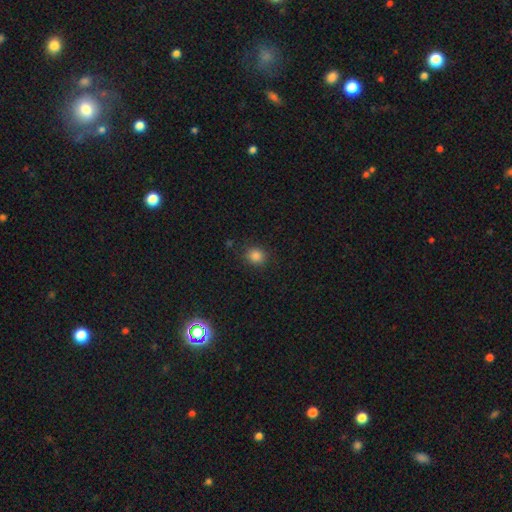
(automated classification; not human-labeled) Smooth or featured? smooth (83%)
How rounded? round (80%)
Merging? none (86%)